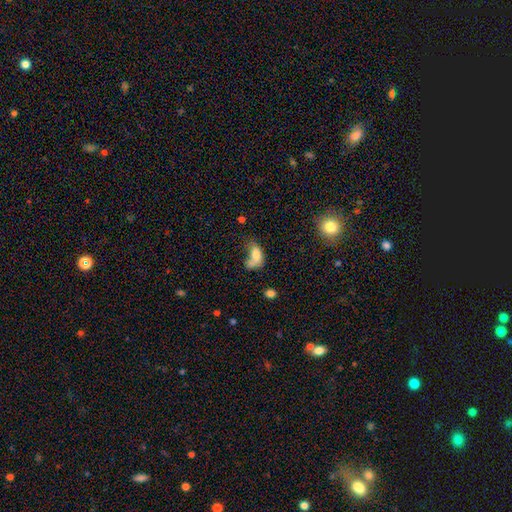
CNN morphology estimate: Smooth or featured? smooth (74%)
How rounded? in between (86%)
Merging? merger (37%)